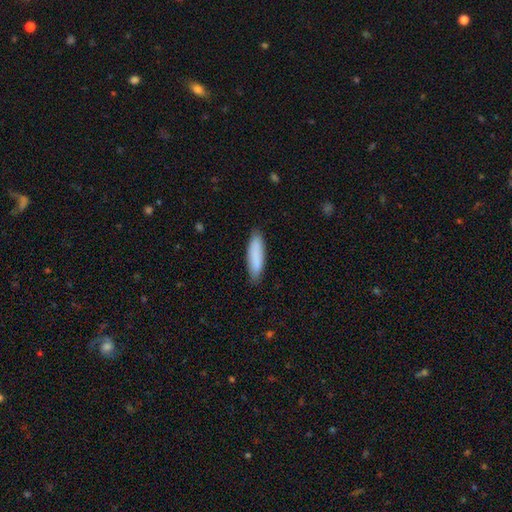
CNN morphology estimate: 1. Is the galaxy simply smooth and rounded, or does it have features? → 86% smooth, 8% featured or disk, 6% star or artifact.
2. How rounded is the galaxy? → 69% cigar-shaped, 29% in between, 1% round.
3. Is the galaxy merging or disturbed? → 87% none, 10% minor disturbance, 2% major disturbance, 1% merger.